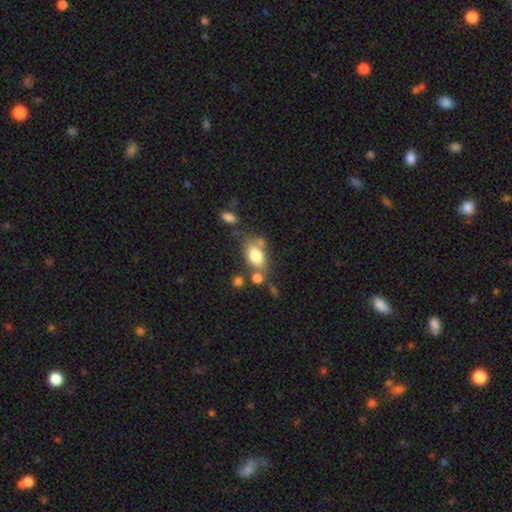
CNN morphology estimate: Smooth or featured? smooth (77%)
How rounded? in between (79%)
Merging? none (53%)